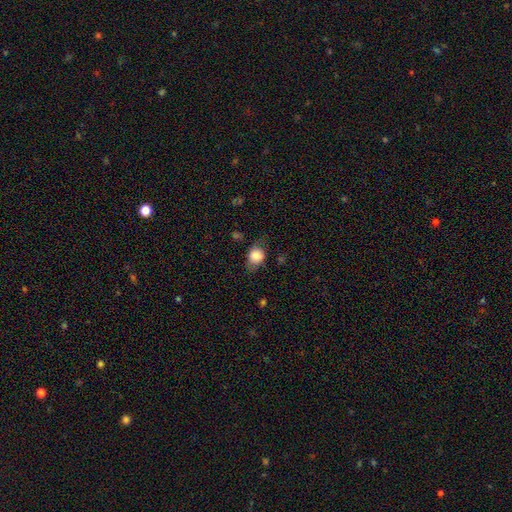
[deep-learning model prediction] smooth 77%, featured or disk 14%, star or artifact 9%. Down the decision tree: how rounded — in between (50%); merging — none (64%).